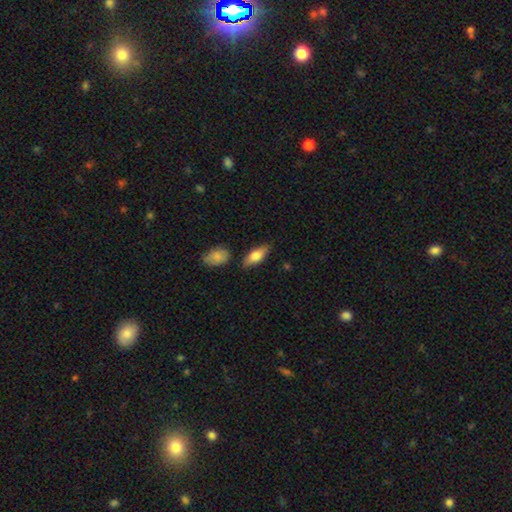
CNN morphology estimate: smooth-or-featured: smooth: 74% | featured or disk: 20% | star or artifact: 6%
  how-rounded: in between: 79% | cigar-shaped: 18% | round: 3%
  merging: none: 79% | minor disturbance: 14% | merger: 4% | major disturbance: 3%